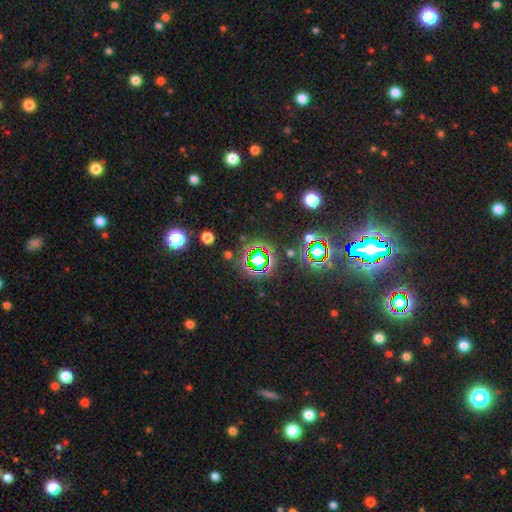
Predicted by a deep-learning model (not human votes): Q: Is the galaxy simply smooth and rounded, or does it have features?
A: star or artifact — 69%.